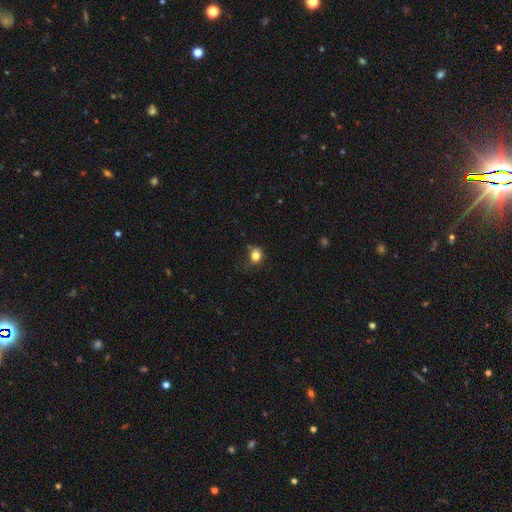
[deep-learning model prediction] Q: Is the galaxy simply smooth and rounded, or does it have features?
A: smooth — 80%.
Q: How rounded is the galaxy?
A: round — 62%.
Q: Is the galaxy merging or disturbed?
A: none — 58%.